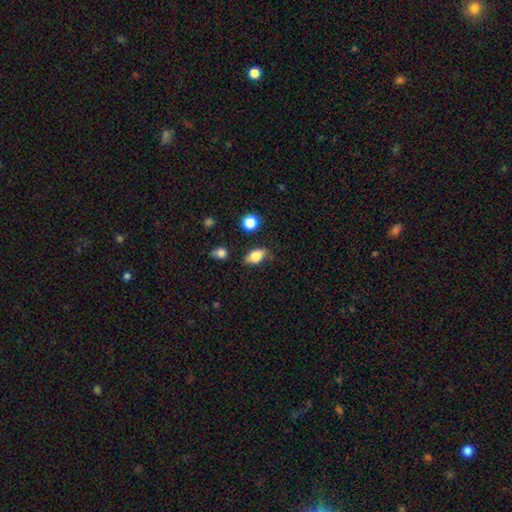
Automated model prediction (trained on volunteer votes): This appears to be a smooth galaxy with no disk features (77%) that is in between round and cigar-shaped (83%). Merging: none (77%).